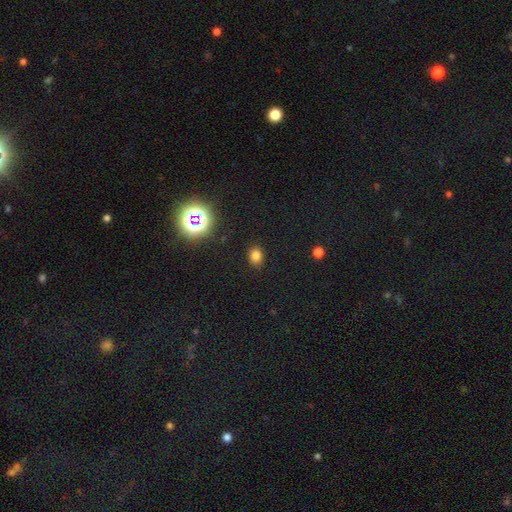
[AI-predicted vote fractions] A smooth galaxy with no disk features (76%) that is round (50%). Merging: none (88%).